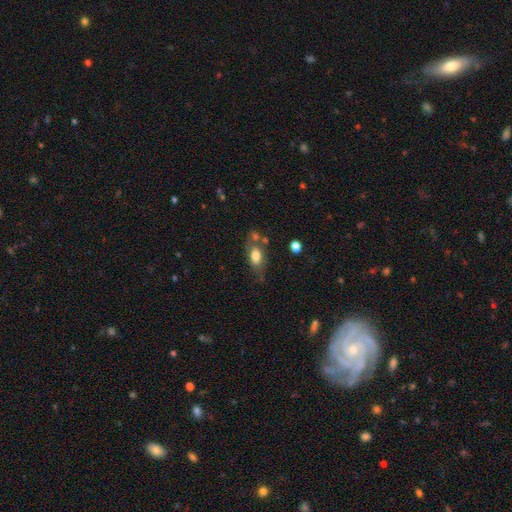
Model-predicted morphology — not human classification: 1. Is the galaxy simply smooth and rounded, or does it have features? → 70% smooth, 22% featured or disk, 8% star or artifact.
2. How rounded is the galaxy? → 83% in between, 10% round, 7% cigar-shaped.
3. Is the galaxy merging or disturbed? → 52% none, 22% minor disturbance, 16% merger, 10% major disturbance.